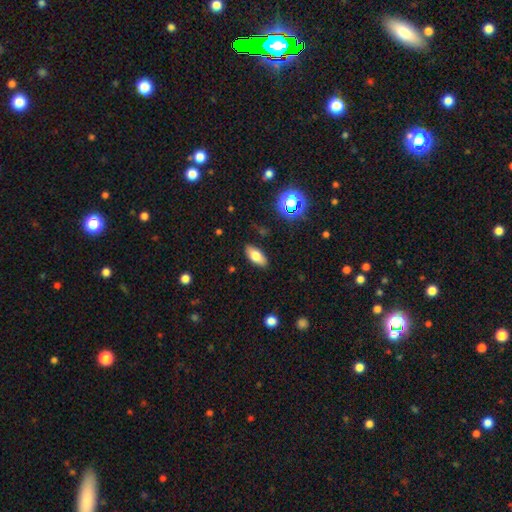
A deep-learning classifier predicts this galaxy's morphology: Smooth or featured?
  - smooth: 72% *
  - featured or disk: 18%
  - star or artifact: 10%
How rounded?
  - in between: 83% *
  - cigar-shaped: 13%
  - round: 4%
Merging?
  - none: 87% *
  - minor disturbance: 9%
  - major disturbance: 2%
  - merger: 1%